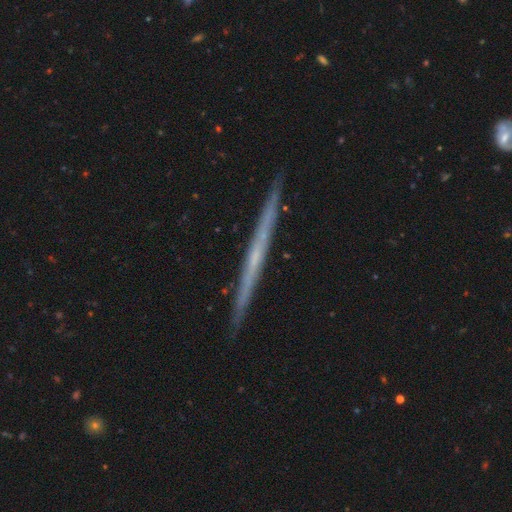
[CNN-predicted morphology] type=featured or disk (73%); edge-on=yes (98%); edge-on bulge=none (76%); merging=none (92%).